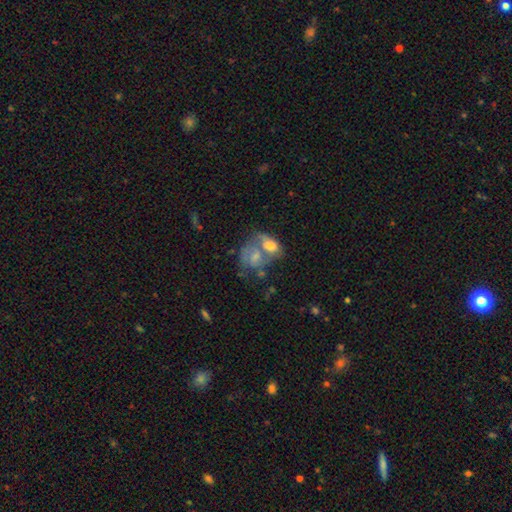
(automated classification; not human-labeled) The model was most divided on "smooth or featured": smooth: 46%, featured or disk: 42%, star or artifact: 12%. More confident: merging — merger (59%).